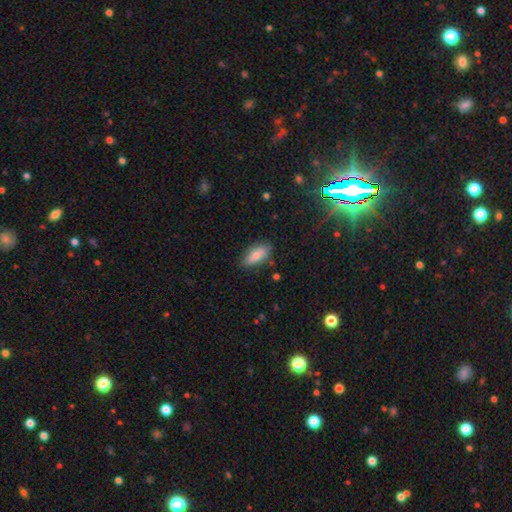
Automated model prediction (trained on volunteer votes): This is likely a smooth galaxy (75%). How rounded: clearly in between (84%). Merging: likely none (77%).